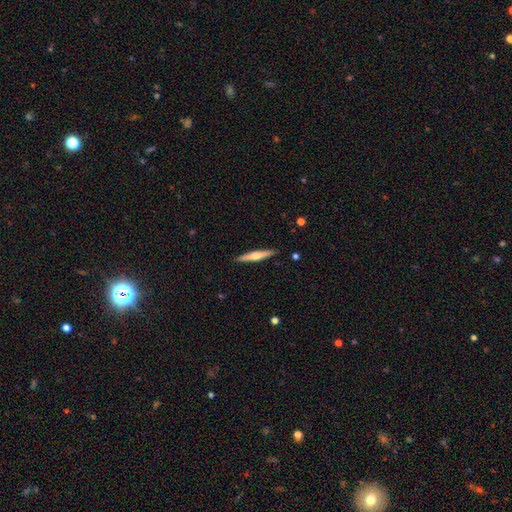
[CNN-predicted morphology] Smooth or featured: featured or disk — 54% (smooth — 41%)
Edge-on disk: yes — 97% (no — 3%)
Edge-on bulge: rounded — 81% (none — 10%)
Merging: none — 91% (minor disturbance — 7%)